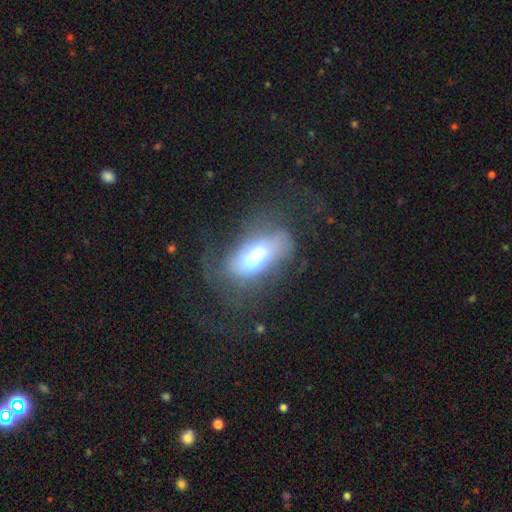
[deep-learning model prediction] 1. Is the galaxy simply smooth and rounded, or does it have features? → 50% smooth, 40% featured or disk, 10% star or artifact.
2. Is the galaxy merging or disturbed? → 41% none, 34% major disturbance, 23% minor disturbance, 3% merger.